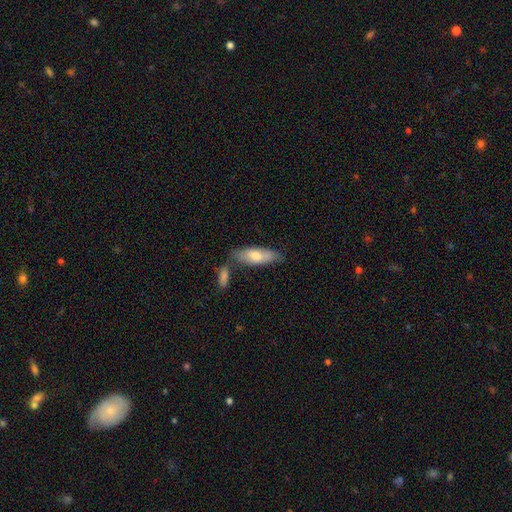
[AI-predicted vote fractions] This appears to be a smooth galaxy with no disk features (69%) that is in between round and cigar-shaped (61%). Merging: none (59%).